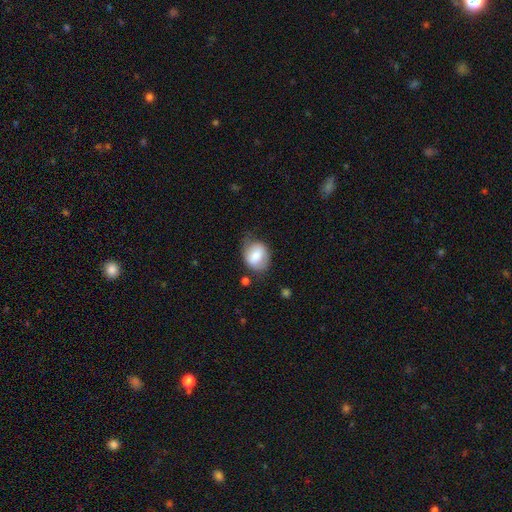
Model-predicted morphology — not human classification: This is likely a smooth galaxy (73%). How rounded: possibly in between (51%). Merging: possibly none (58%).